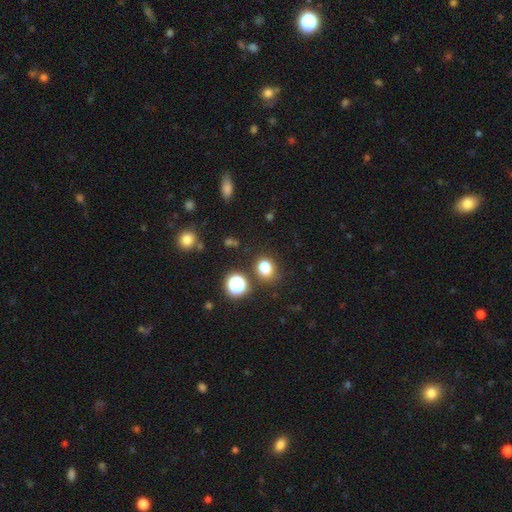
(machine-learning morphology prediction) Smooth or featured? Predicted: smooth (p=0.47). Merging? Predicted: none (p=0.79).